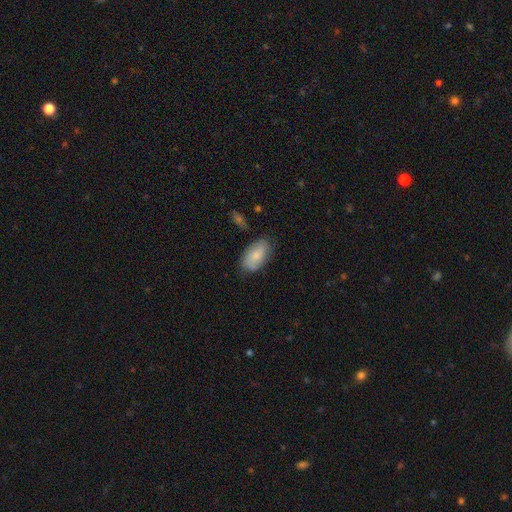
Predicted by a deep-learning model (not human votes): This appears to be a smooth galaxy with no disk features (79%) that is in between round and cigar-shaped (94%). Merging: none (72%).